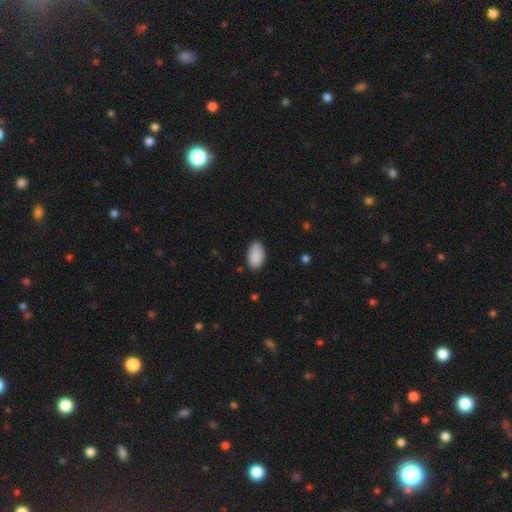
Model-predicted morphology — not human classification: Smooth or featured?
  - smooth: 90% *
  - star or artifact: 7%
  - featured or disk: 3%
How rounded?
  - in between: 95% *
  - round: 4%
  - cigar-shaped: 2%
Merging?
  - none: 84% *
  - minor disturbance: 13%
  - major disturbance: 2%
  - merger: 1%